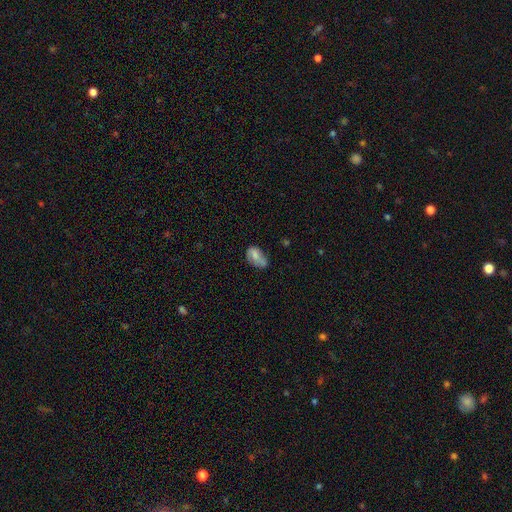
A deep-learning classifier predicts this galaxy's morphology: smooth_or_featured: smooth (p=0.63) [alt: featured or disk p=0.29]
how_rounded: in between (p=0.88) [alt: round p=0.09]
merging: none (p=0.43) [alt: minor disturbance p=0.36]